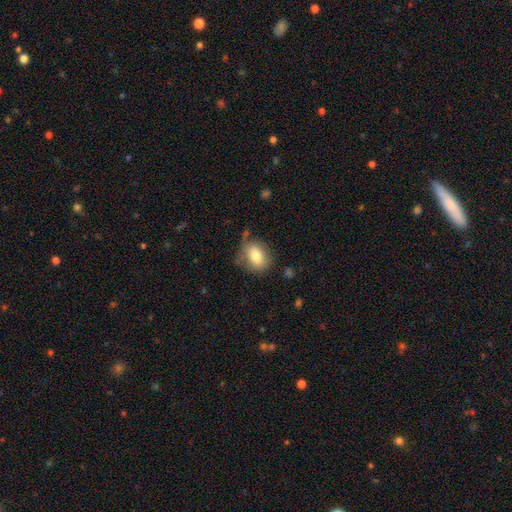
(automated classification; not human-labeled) Smooth or featured?
  - smooth: 77% *
  - featured or disk: 15%
  - star or artifact: 8%
How rounded?
  - in between: 65% *
  - round: 33%
  - cigar-shaped: 2%
Merging?
  - none: 67% *
  - minor disturbance: 22%
  - major disturbance: 7%
  - merger: 4%